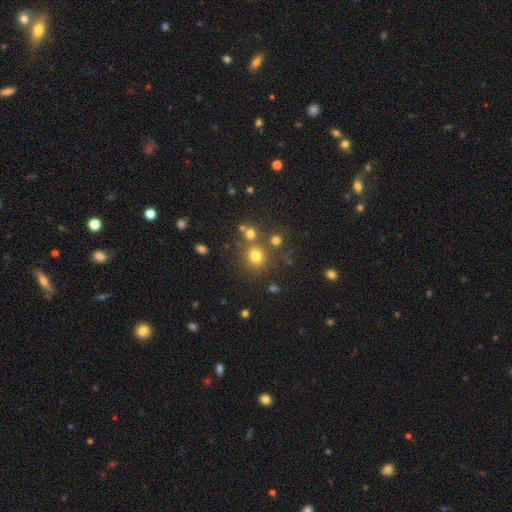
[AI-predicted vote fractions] This appears to be a smooth galaxy with no disk features (74%) that is round (86%). Merging: none (73%).